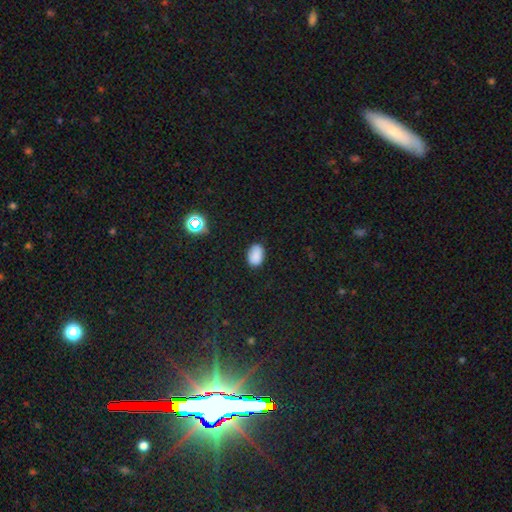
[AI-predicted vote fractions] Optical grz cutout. It shows a smooth galaxy with no disk features (85%) that is in between round and cigar-shaped (87%). Merging: none (82%).